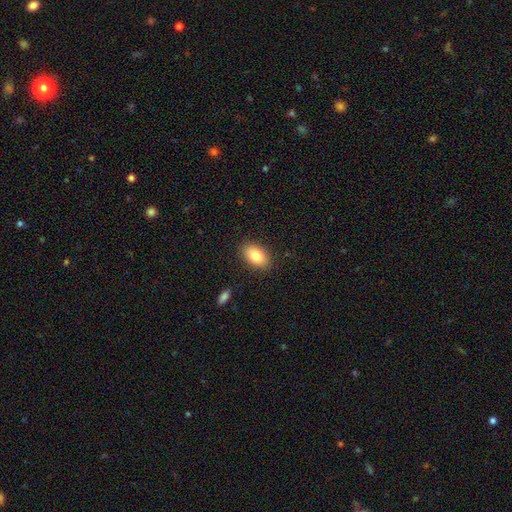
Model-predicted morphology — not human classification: A smooth galaxy with no disk features (83%) that is in between round and cigar-shaped (90%).

Vote fractions:
- Smooth or featured? smooth: 83% / featured or disk: 10% / star or artifact: 7%
- How rounded? in between: 90% / round: 8% / cigar-shaped: 1%
- Merging? none: 87% / minor disturbance: 9% / major disturbance: 2% / merger: 1%